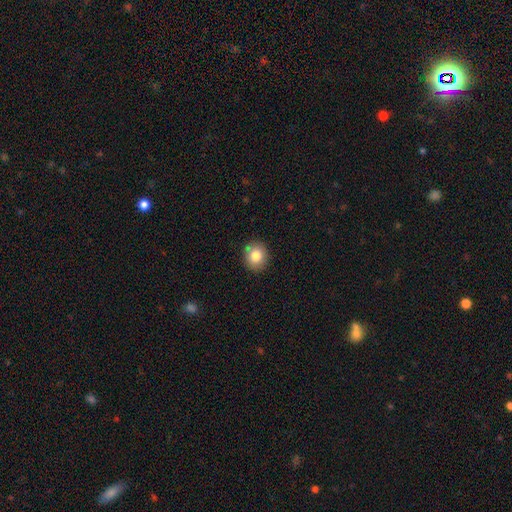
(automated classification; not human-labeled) Smooth or featured?
  - smooth: 82% *
  - star or artifact: 10%
  - featured or disk: 8%
How rounded?
  - round: 81% *
  - in between: 19%
  - cigar-shaped: 1%
Merging?
  - none: 88% *
  - minor disturbance: 9%
  - major disturbance: 2%
  - merger: 1%